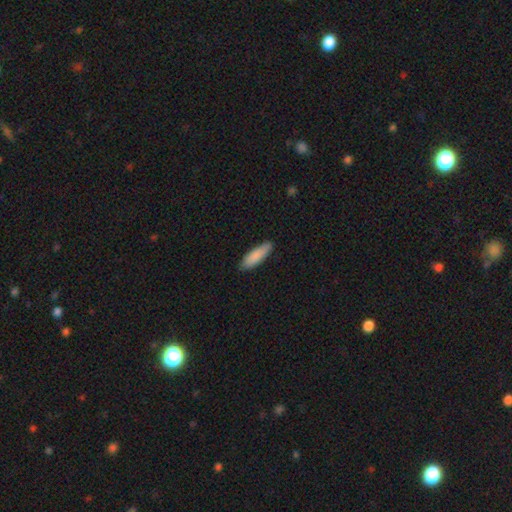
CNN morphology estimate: Smooth or featured?
  - smooth: 87% *
  - featured or disk: 7%
  - star or artifact: 5%
How rounded?
  - cigar-shaped: 54% *
  - in between: 45%
  - round: 1%
Merging?
  - none: 85% *
  - minor disturbance: 12%
  - major disturbance: 2%
  - merger: 1%